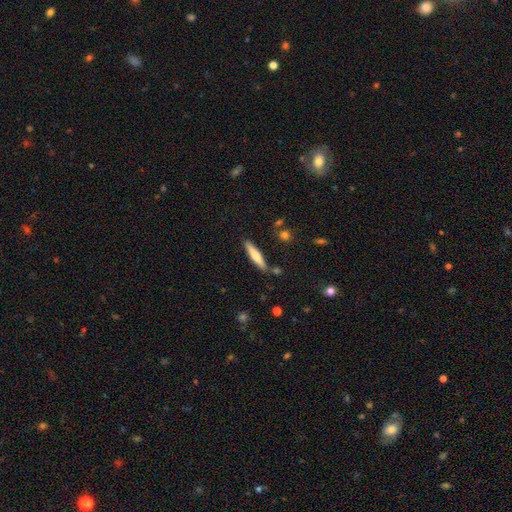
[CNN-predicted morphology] The model was most divided on "smooth or featured": smooth: 59%, featured or disk: 35%, star or artifact: 6%. More confident: how rounded — cigar-shaped (87%); merging — none (82%).